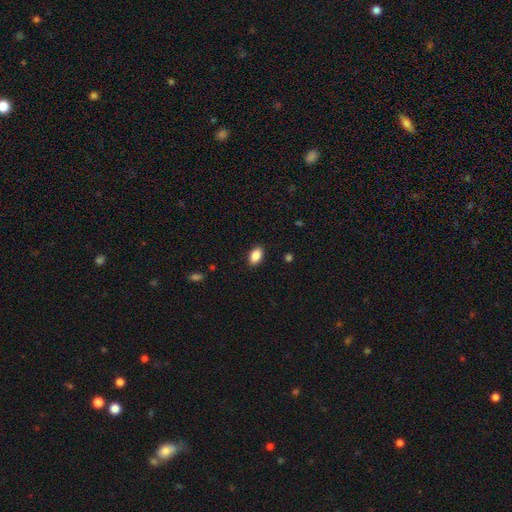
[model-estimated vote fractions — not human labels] smooth_or_featured: smooth (p=0.88) [alt: star or artifact p=0.08]
how_rounded: in between (p=0.91) [alt: round p=0.07]
merging: none (p=0.89) [alt: minor disturbance p=0.08]